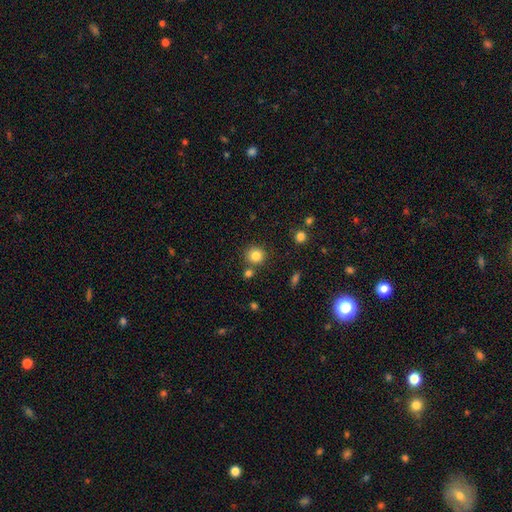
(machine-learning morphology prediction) smooth 83%, star or artifact 11%, featured or disk 6%. Down the decision tree: how rounded — round (91%); merging — none (79%).